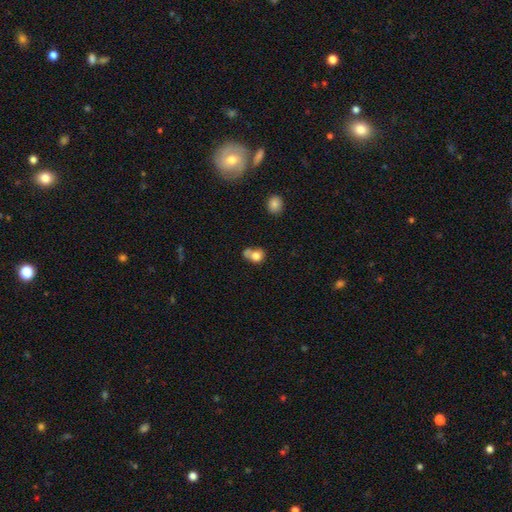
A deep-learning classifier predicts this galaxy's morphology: Smooth or featured? Predicted: smooth (p=0.78). How rounded? Predicted: round (p=0.65). Merging? Predicted: merger (p=0.42).